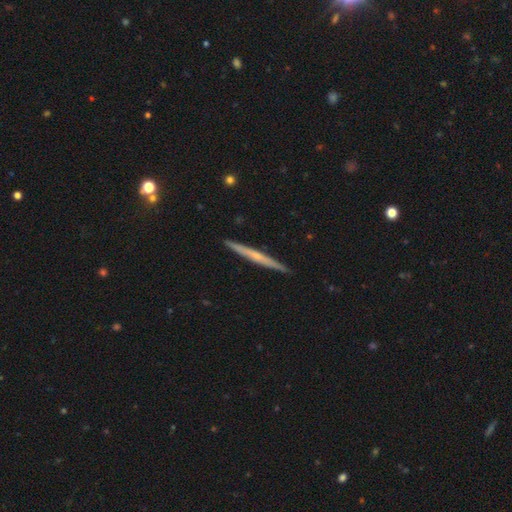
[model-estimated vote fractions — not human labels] Morphology: type=featured or disk (60%); edge-on=yes (97%); edge-on bulge=none (55%); merging=none (91%).